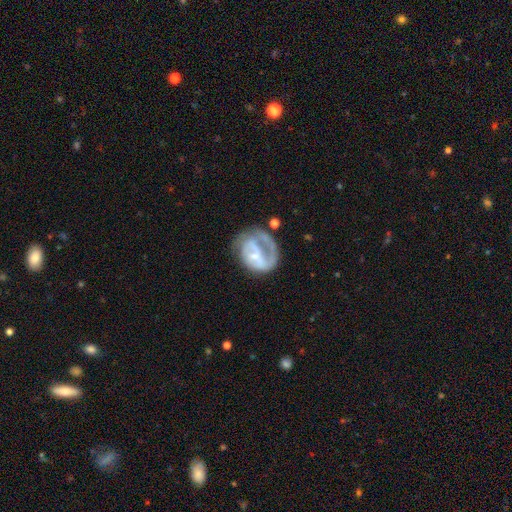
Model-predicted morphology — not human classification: smooth_or_featured: featured or disk (p=0.70) [alt: smooth p=0.24]
disk_edge_on: no (p=0.98) [alt: yes p=0.02]
bar: no (p=0.45) [alt: weak p=0.39]
has_spiral_arms: yes (p=0.72) [alt: no p=0.28]
bulge_size: small (p=0.59) [alt: moderate p=0.24]
merging: major disturbance (p=0.37) [alt: none p=0.35]